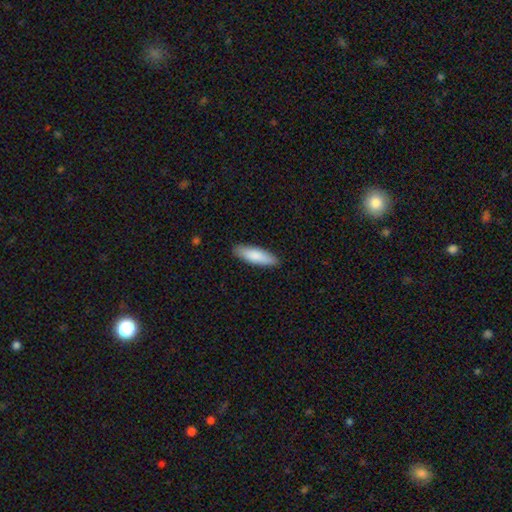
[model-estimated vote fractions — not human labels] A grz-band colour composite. It shows a smooth galaxy with no disk features (85%) that is cigar-shaped (55%). Merging: none (89%).